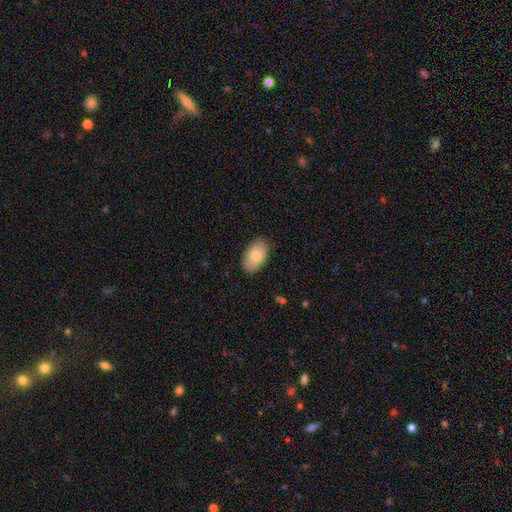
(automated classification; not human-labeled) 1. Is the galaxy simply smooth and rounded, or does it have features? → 79% smooth, 15% featured or disk, 6% star or artifact.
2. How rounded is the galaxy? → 93% in between, 6% round, 1% cigar-shaped.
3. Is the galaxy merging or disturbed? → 84% none, 13% minor disturbance, 2% major disturbance, 1% merger.